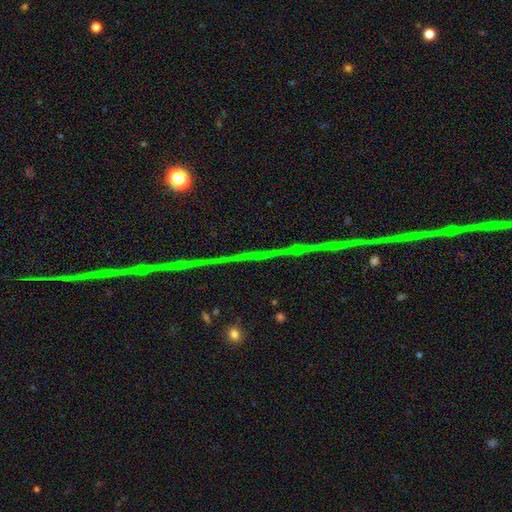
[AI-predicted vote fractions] Overall: star or artifact (82%).